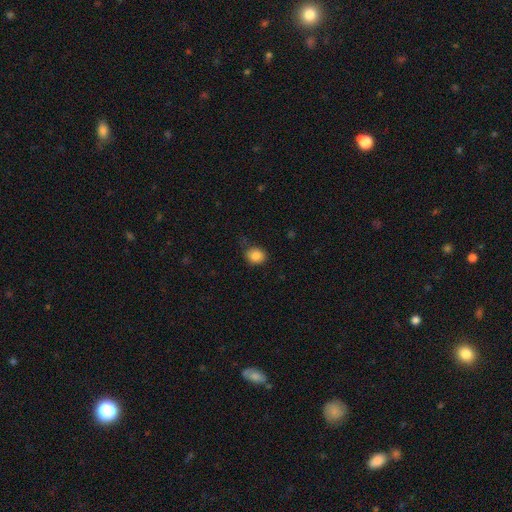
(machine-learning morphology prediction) Q: Smooth or featured?
A: smooth (85%); runner-up: star or artifact (10%)
Q: How rounded?
A: round (75%); runner-up: in between (24%)
Q: Merging?
A: none (74%); runner-up: minor disturbance (20%)